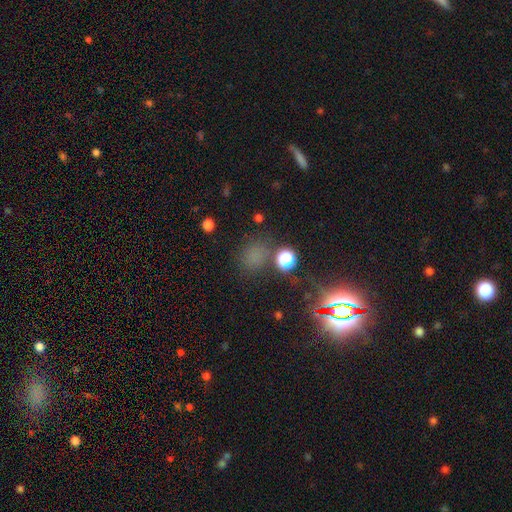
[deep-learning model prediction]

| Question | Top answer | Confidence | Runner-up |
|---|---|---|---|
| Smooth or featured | smooth | 57% | star or artifact (37%) |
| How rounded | round | 62% | in between (36%) |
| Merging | none | 74% | minor disturbance (12%) |